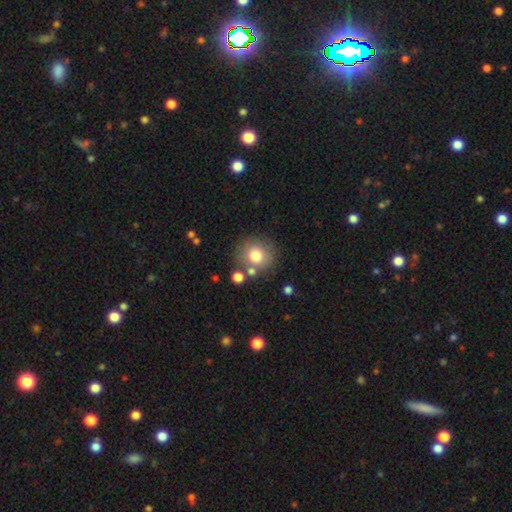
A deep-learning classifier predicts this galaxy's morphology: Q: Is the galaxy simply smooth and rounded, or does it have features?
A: smooth — 76%.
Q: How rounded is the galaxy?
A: round — 89%.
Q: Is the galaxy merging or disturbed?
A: none — 75%.